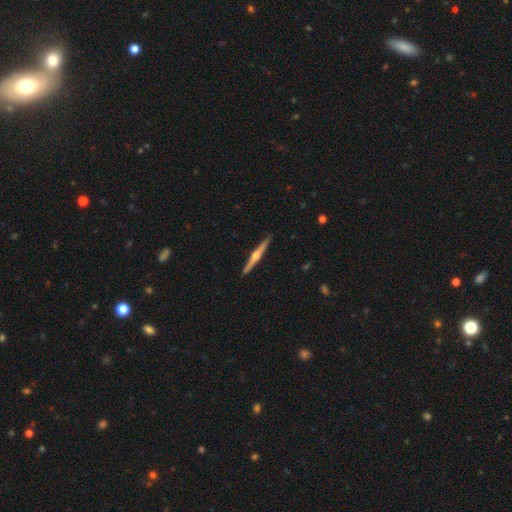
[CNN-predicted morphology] smooth-or-featured: featured or disk: 72% | smooth: 23% | star or artifact: 5%
  disk-edge-on: yes: 98% | no: 2%
    edge-on-bulge: rounded: 89% | none: 6% | boxy: 5%
  merging: none: 91% | minor disturbance: 7% | major disturbance: 1% | merger: 1%